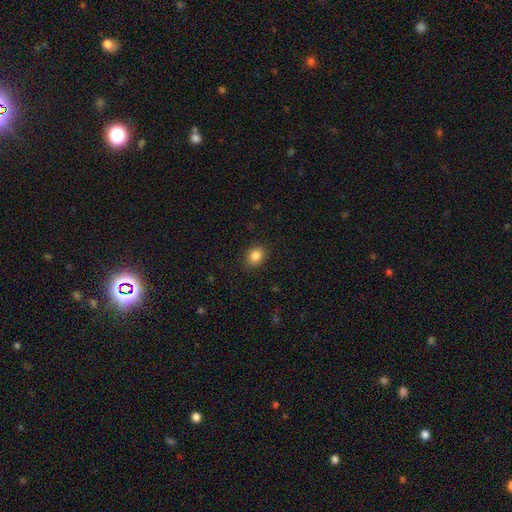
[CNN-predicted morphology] smooth-or-featured: smooth: 85% | star or artifact: 10% | featured or disk: 5%
  how-rounded: round: 58% | in between: 41% | cigar-shaped: 1%
  merging: none: 88% | minor disturbance: 8% | major disturbance: 2% | merger: 1%